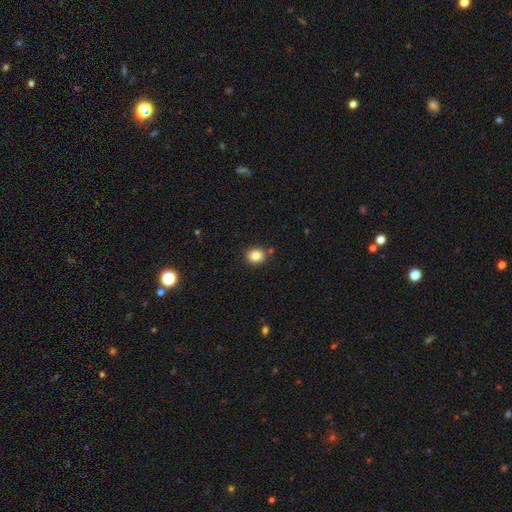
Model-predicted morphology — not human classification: This appears to be a smooth galaxy with no disk features (84%) that is round (65%). Merging: none (85%).